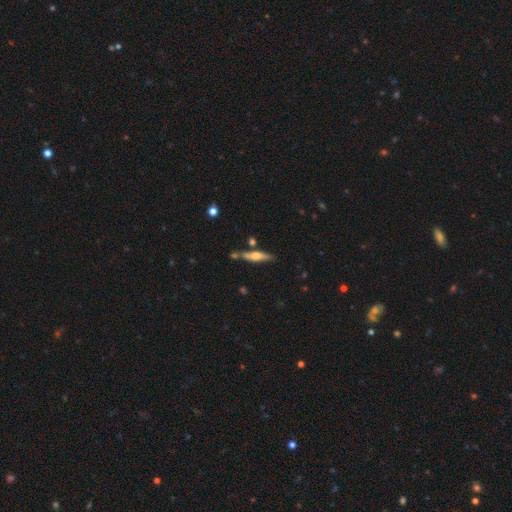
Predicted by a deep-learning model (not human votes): A featured or disk galaxy (54%) viewed edge-on (92%). Merging: none (73%).